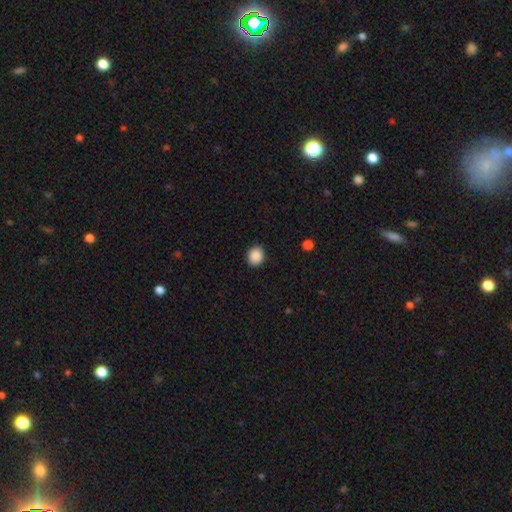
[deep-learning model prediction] Morphology: type=smooth (89%); roundness=round (70%); merging=none (90%).